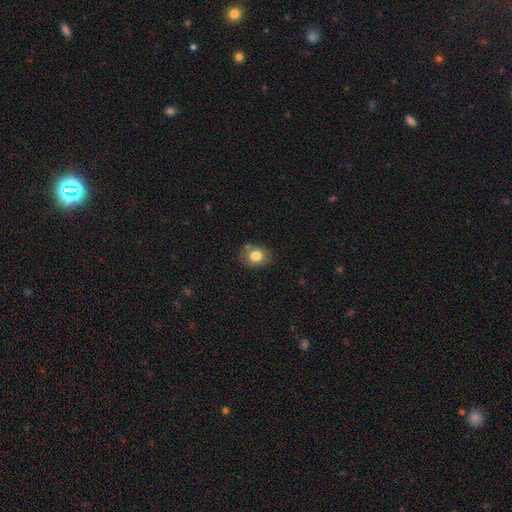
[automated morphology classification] A smooth galaxy with no disk features (79%) that is in between round and cigar-shaped (52%). Merging: none (74%).